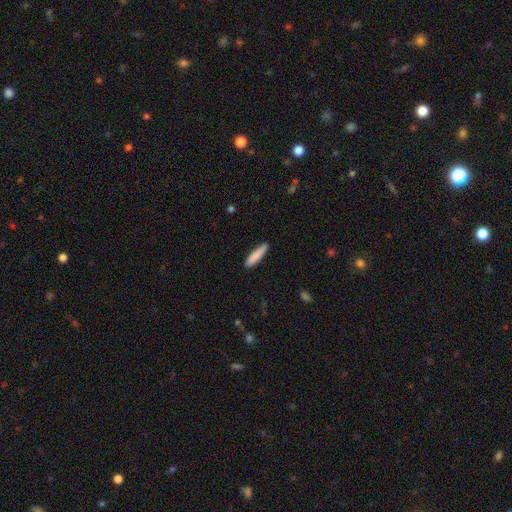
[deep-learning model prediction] Q: Smooth or featured?
A: smooth (86%); runner-up: featured or disk (8%)
Q: How rounded?
A: cigar-shaped (86%); runner-up: in between (13%)
Q: Merging?
A: none (89%); runner-up: minor disturbance (8%)